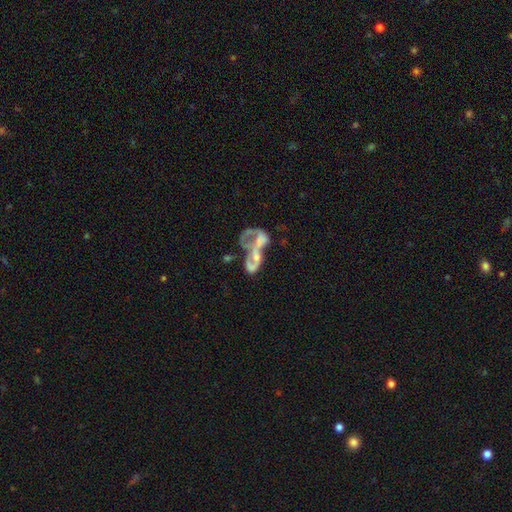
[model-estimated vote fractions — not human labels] The model was most divided on "bulge size": none: 38%, small: 29%, moderate: 27%, large: 4%, dominant: 3%. More confident: edge-on disk — no (92%); bar — no (79%); spiral arms — no (71%); smooth or featured — featured or disk (61%); merging — merger (56%).